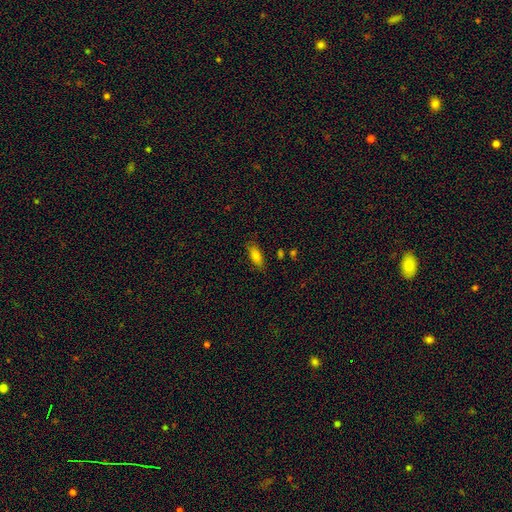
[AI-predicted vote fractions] Smooth or featured?
  - smooth: 80% *
  - featured or disk: 11%
  - star or artifact: 9%
How rounded?
  - in between: 76% *
  - cigar-shaped: 22%
  - round: 2%
Merging?
  - none: 82% *
  - minor disturbance: 14%
  - major disturbance: 3%
  - merger: 2%